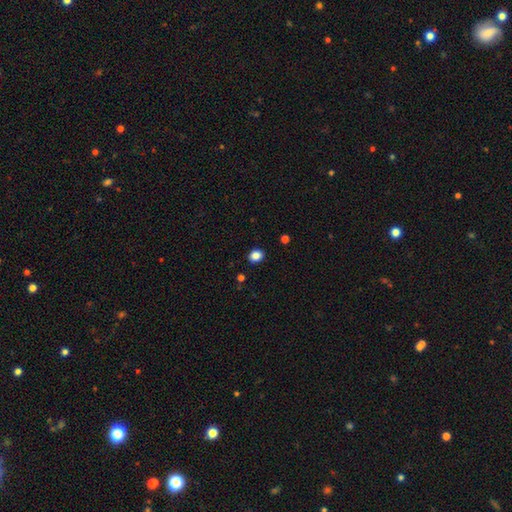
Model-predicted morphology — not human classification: type=smooth (86%); roundness=round (61%); merging=none (90%).